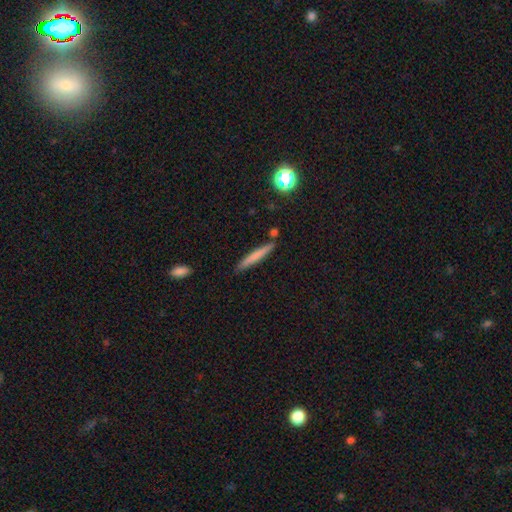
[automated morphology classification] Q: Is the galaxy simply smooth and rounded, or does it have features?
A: smooth — 69%.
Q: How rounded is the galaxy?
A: cigar-shaped — 95%.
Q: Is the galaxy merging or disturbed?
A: none — 85%.